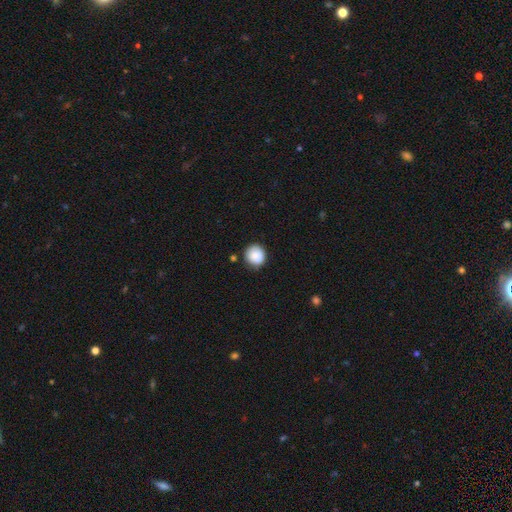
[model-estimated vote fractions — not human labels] A smooth galaxy with no disk features (87%) that is round (91%).

Vote fractions:
- Smooth or featured? smooth: 87% / star or artifact: 8% / featured or disk: 5%
- How rounded? round: 91% / in between: 8% / cigar-shaped: 1%
- Merging? none: 83% / minor disturbance: 12% / major disturbance: 3% / merger: 2%